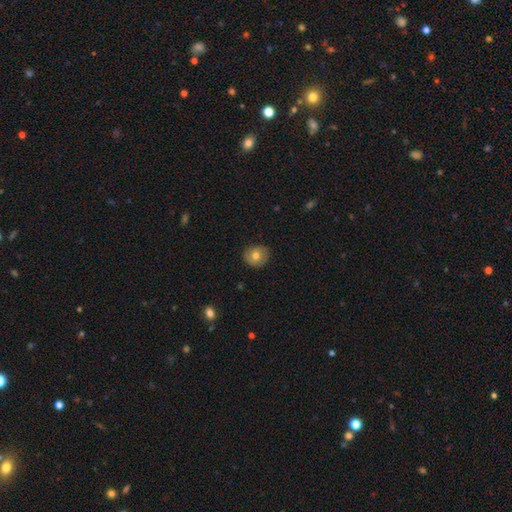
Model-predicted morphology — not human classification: Smooth or featured?
  - smooth: 73% *
  - featured or disk: 18%
  - star or artifact: 9%
How rounded?
  - round: 81% *
  - in between: 18%
  - cigar-shaped: 1%
Merging?
  - none: 85% *
  - minor disturbance: 12%
  - major disturbance: 2%
  - merger: 1%